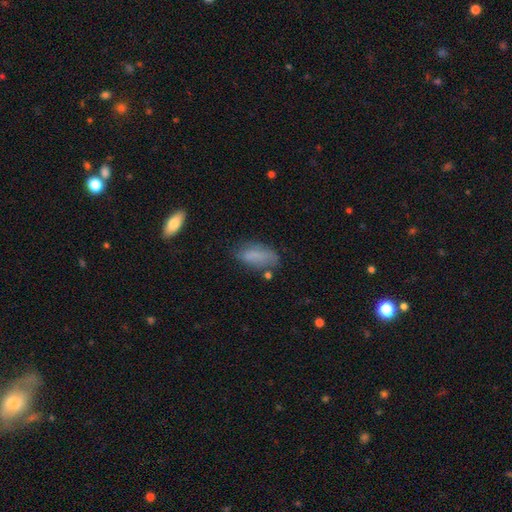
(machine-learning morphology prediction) This appears to be a smooth galaxy with no disk features (77%) that is in between round and cigar-shaped (83%). Merging: none (57%).